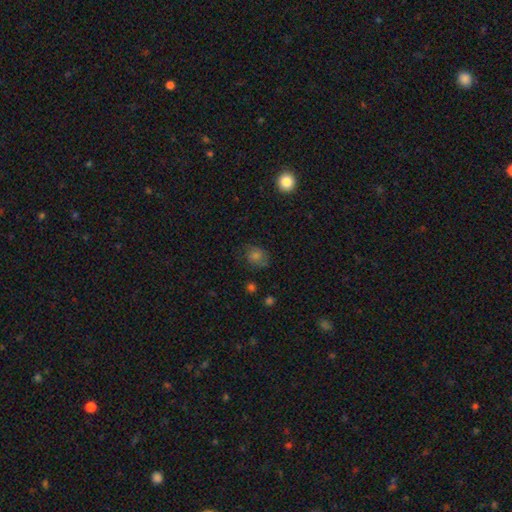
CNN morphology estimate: A smooth galaxy with no disk features (65%) that is round (69%). Merging: none (76%).